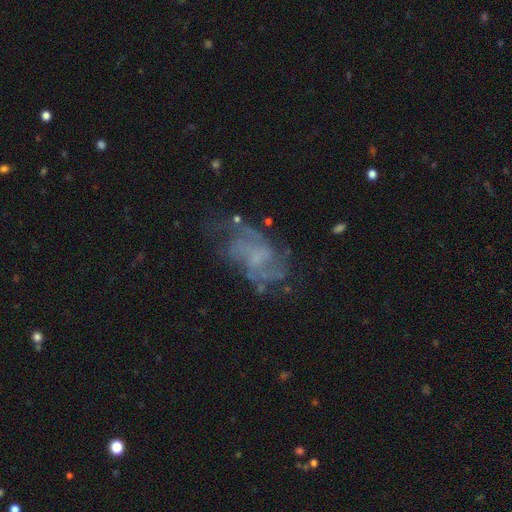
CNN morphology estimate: Overall: featured or disk (72%). Edge-on disk: no (97%). Bar: no (61%; weak 33%). Spiral arms: yes (75%). Spiral arm count: can't tell (42%; 2 25%). Spiral winding: medium (41%; loose 32%). Bulge size: none (52%; small 29%). Merging: none (54%; major disturbance 22%).